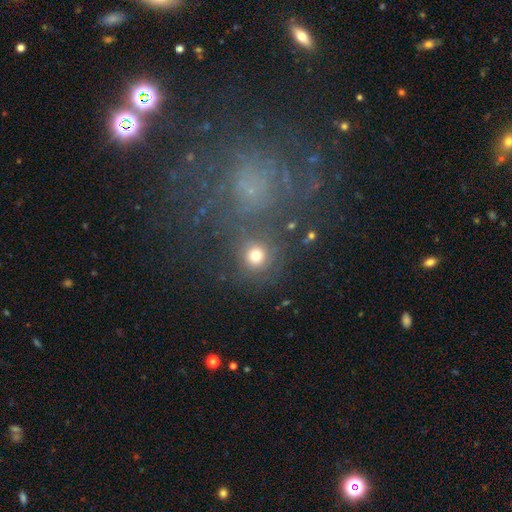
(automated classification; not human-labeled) Smooth or featured: smooth — 63% (star or artifact — 20%)
How rounded: round — 88% (in between — 11%)
Merging: none — 66% (merger — 14%)